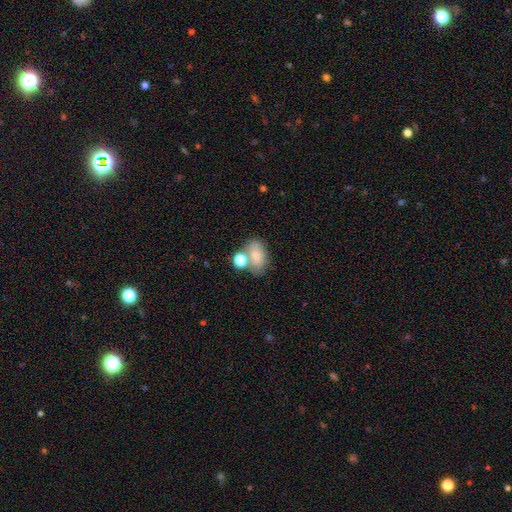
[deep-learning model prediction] Q: Smooth or featured?
A: smooth (76%); runner-up: featured or disk (14%)
Q: How rounded?
A: in between (83%); runner-up: round (15%)
Q: Merging?
A: none (50%); runner-up: merger (28%)